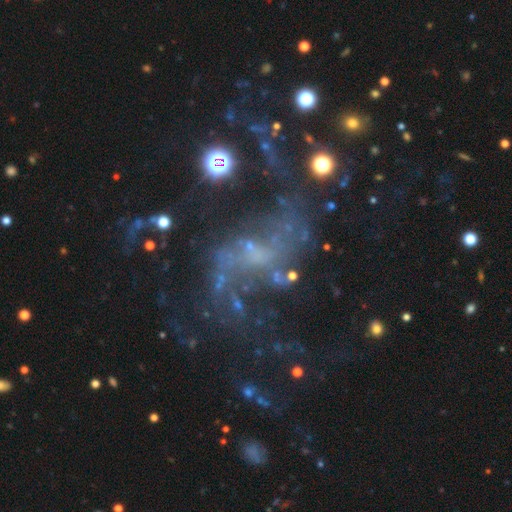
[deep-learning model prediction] Morphology: type=featured or disk (72%); edge-on=no (96%); bar=no (45%); spiral arms=yes (76%); winding=loose (76%); arm count=2 (70%); bulge=none (42%); merging=none (40%).